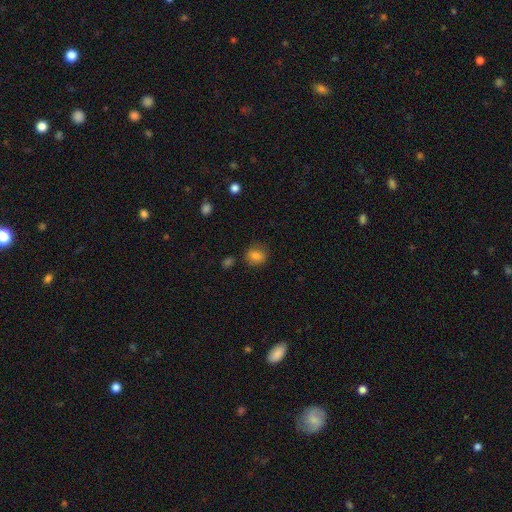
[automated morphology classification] Smooth or featured?
  - smooth: 80% *
  - star or artifact: 11%
  - featured or disk: 9%
How rounded?
  - round: 58% *
  - in between: 40%
  - cigar-shaped: 1%
Merging?
  - none: 80% *
  - minor disturbance: 14%
  - major disturbance: 4%
  - merger: 3%